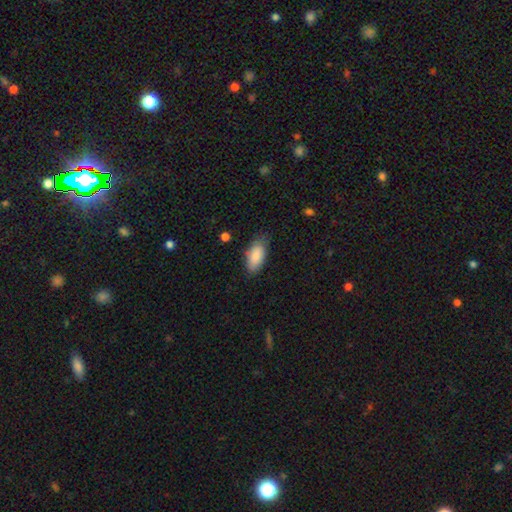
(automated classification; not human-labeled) This appears to be a smooth galaxy with no disk features (88%) that is in between round and cigar-shaped (91%). Merging: none (74%).